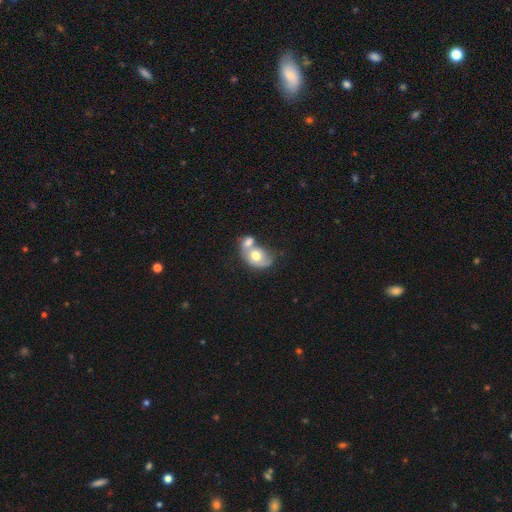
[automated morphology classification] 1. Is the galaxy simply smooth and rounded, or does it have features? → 60% smooth, 34% featured or disk, 7% star or artifact.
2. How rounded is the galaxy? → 63% in between, 36% round, 1% cigar-shaped.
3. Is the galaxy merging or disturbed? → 70% merger, 14% none, 9% minor disturbance, 7% major disturbance.